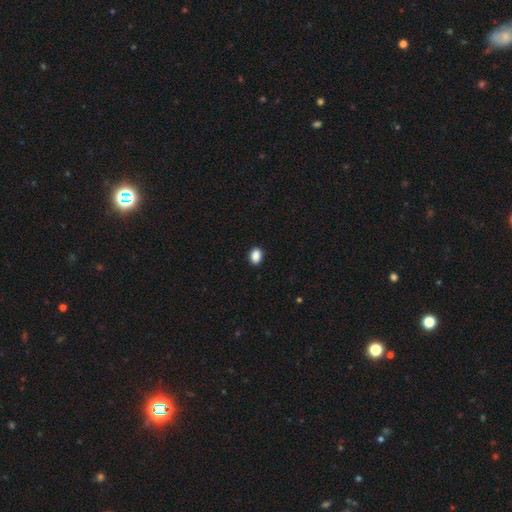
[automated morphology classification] Overall: smooth (89%). How rounded: in between (78%). Merging: none (90%).